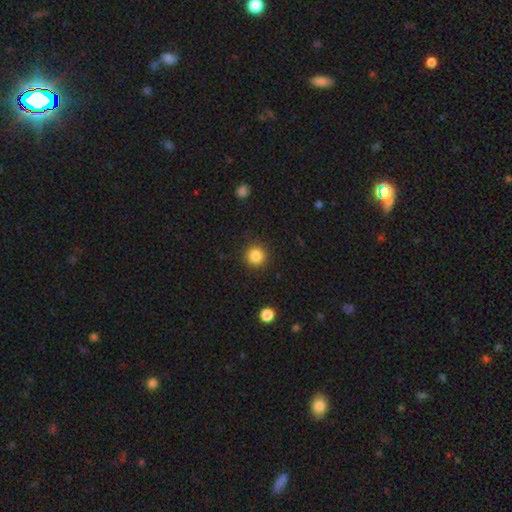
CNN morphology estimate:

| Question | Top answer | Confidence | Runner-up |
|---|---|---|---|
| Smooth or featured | smooth | 86% | star or artifact (10%) |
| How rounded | round | 95% | in between (4%) |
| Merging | none | 90% | minor disturbance (6%) |